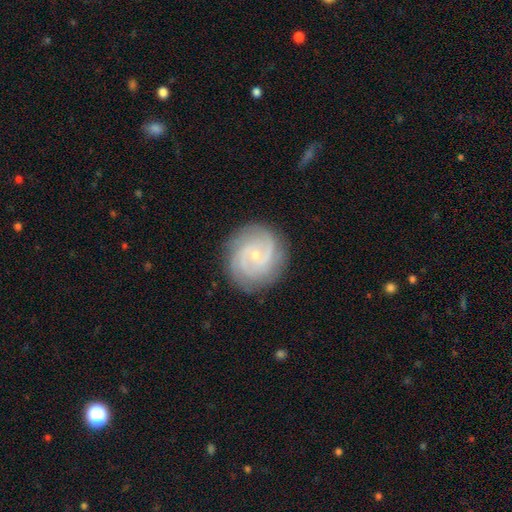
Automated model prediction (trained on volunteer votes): smooth-or-featured: featured or disk: 85% | smooth: 9% | star or artifact: 6%
  disk-edge-on: no: 98% | yes: 2%
    bar: no: 66% | weak: 29% | strong: 6%
    has-spiral-arms: yes: 96% | no: 4%
      spiral-winding: tight: 56% | medium: 36% | loose: 7%
      spiral-arm-count: 2: 45% | 3: 23% | can't tell: 16% | 4: 6% | 1: 5% | more than 4: 5%
    bulge-size: small: 79% | moderate: 18% | none: 1% | large: 1% | dominant: 1%
  merging: none: 84% | minor disturbance: 11% | major disturbance: 3% | merger: 1%